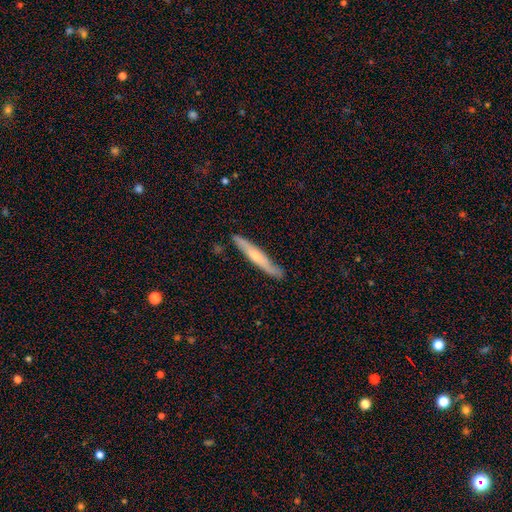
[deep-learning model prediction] smooth_or_featured: featured or disk (p=0.53) [alt: smooth p=0.41]
disk_edge_on: yes (p=0.85) [alt: no p=0.15]
merging: none (p=0.84) [alt: minor disturbance p=0.13]